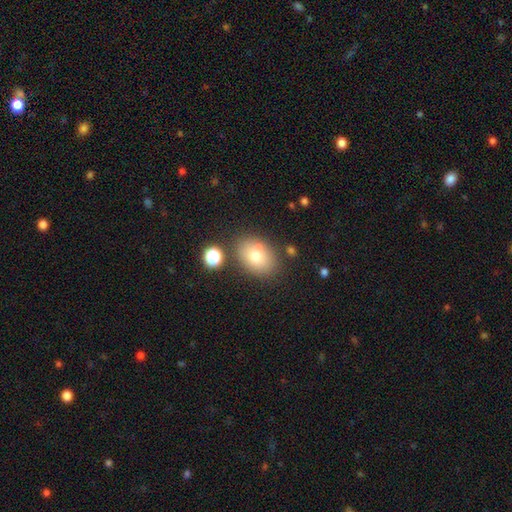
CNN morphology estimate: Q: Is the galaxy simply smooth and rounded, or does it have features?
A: smooth — 75%.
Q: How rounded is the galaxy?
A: in between — 74%.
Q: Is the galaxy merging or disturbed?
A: none — 74%.